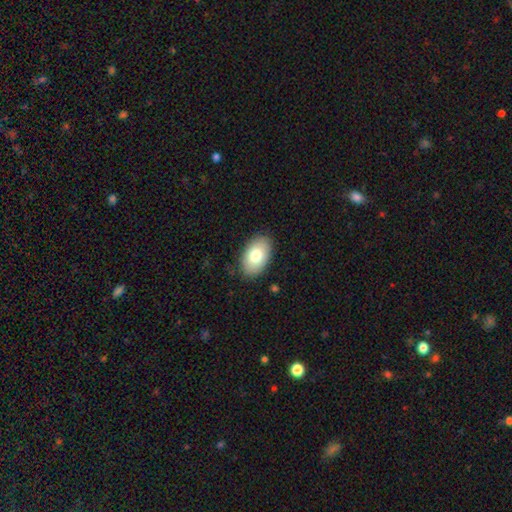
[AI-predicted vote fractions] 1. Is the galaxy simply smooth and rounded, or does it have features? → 79% smooth, 15% featured or disk, 6% star or artifact.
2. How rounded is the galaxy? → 93% in between, 6% round, 1% cigar-shaped.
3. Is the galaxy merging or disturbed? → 87% none, 9% minor disturbance, 2% major disturbance, 1% merger.